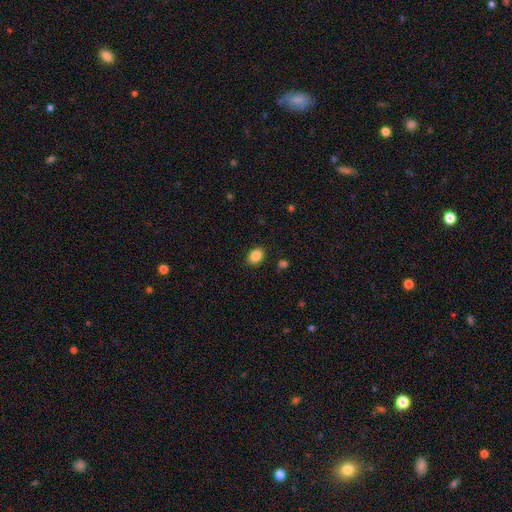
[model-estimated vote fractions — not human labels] This is clearly a smooth galaxy (88%). How rounded: likely in between (72%). Merging: clearly none (88%).